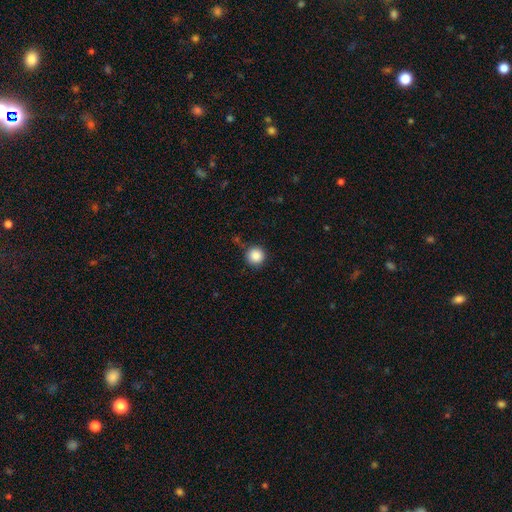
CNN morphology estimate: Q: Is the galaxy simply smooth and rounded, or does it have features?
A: smooth — 87%.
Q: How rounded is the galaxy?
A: round — 96%.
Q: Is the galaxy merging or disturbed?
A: none — 86%.